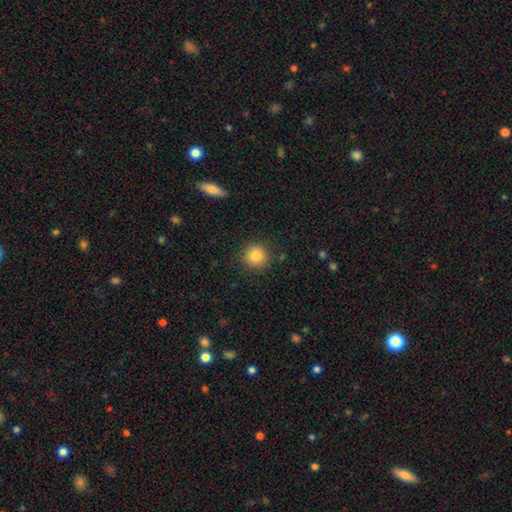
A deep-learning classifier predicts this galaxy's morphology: A smooth galaxy with no disk features (83%) that is round (92%). Merging: none (89%).